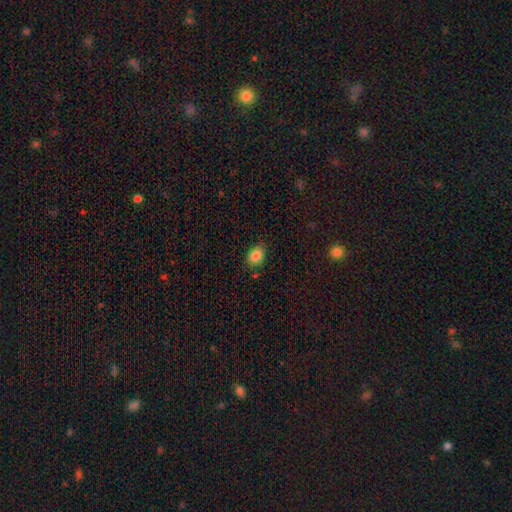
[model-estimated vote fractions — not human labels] Smooth or featured: smooth — 85% (star or artifact — 10%)
How rounded: in between — 62% (round — 37%)
Merging: none — 82% (minor disturbance — 13%)